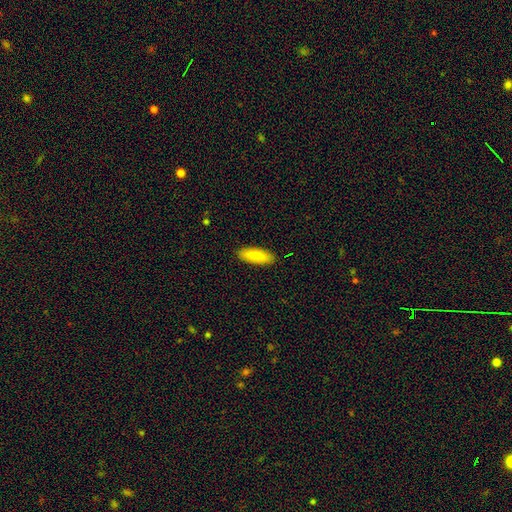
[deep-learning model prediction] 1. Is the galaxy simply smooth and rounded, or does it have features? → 81% smooth, 13% featured or disk, 6% star or artifact.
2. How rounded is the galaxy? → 68% in between, 30% cigar-shaped, 2% round.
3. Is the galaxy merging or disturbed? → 89% none, 8% minor disturbance, 2% major disturbance, 1% merger.